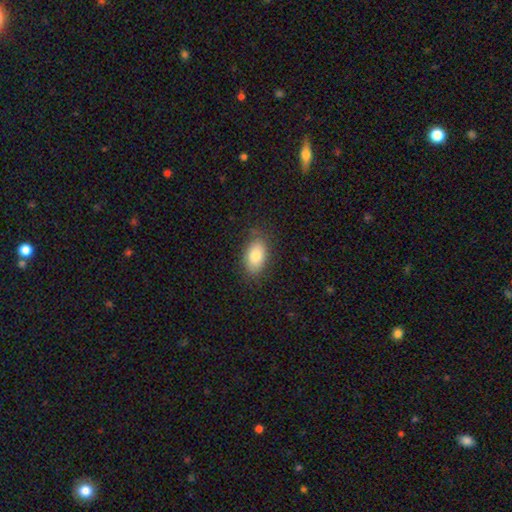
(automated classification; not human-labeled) The model was most divided on "merging": none: 82%, minor disturbance: 14%, major disturbance: 3%, merger: 1%. More confident: how rounded — in between (91%); smooth or featured — smooth (81%).